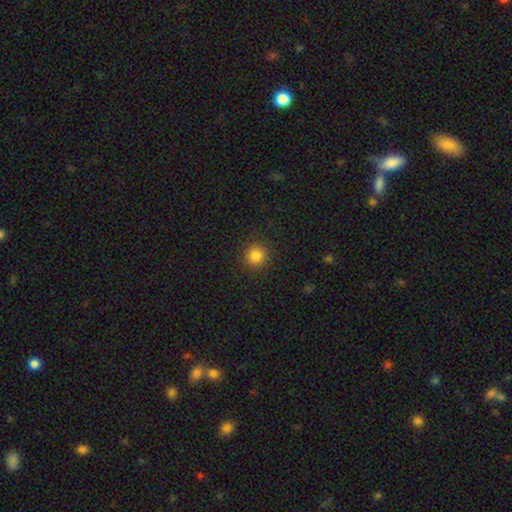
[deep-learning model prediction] Smooth or featured? Predicted: smooth (p=0.84). How rounded? Predicted: round (p=0.92). Merging? Predicted: none (p=0.90).